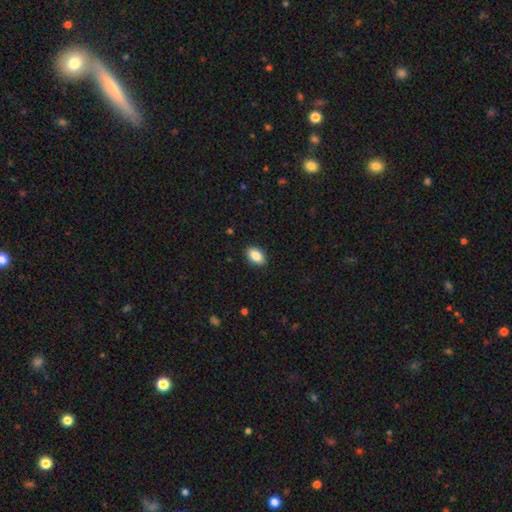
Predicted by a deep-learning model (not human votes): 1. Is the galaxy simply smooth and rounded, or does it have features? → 86% smooth, 7% star or artifact, 6% featured or disk.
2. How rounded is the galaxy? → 92% in between, 6% round, 2% cigar-shaped.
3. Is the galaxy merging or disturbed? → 89% none, 8% minor disturbance, 2% major disturbance, 1% merger.